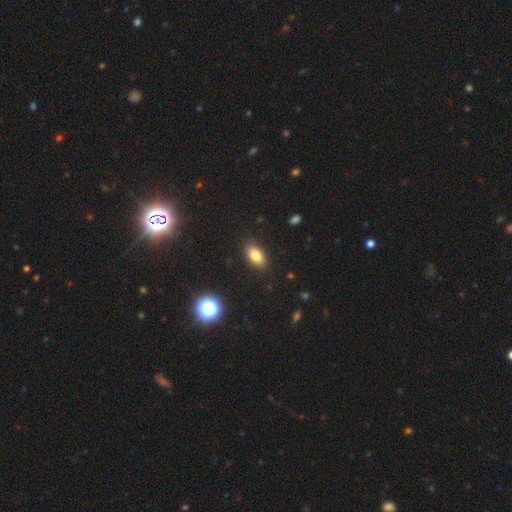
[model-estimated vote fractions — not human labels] Morphology: type=smooth (79%); roundness=in between (88%); merging=none (86%).